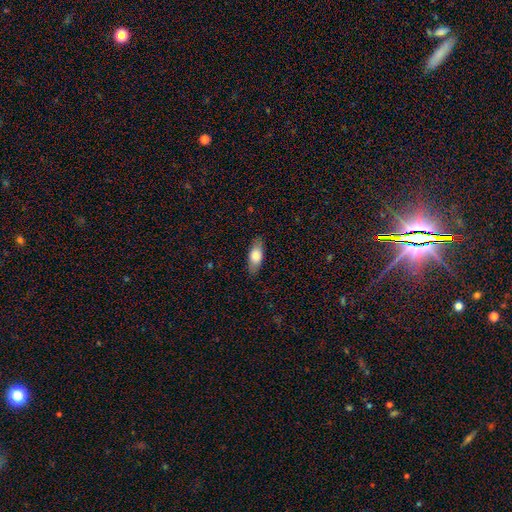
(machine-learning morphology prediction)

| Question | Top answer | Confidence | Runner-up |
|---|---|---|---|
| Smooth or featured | smooth | 77% | featured or disk (17%) |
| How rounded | in between | 80% | cigar-shaped (17%) |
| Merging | none | 86% | minor disturbance (10%) |